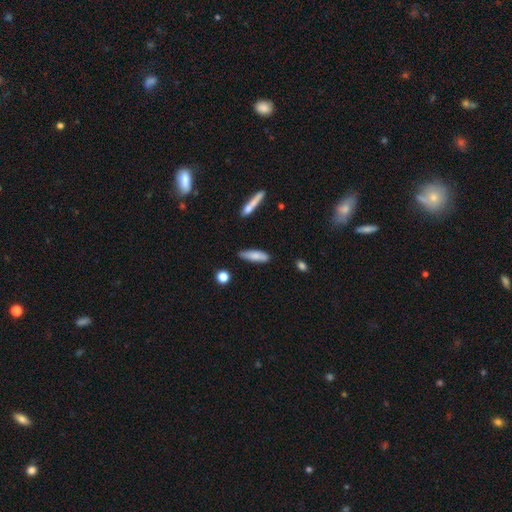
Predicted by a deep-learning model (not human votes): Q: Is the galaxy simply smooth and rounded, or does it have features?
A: smooth — 75%.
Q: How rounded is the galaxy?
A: cigar-shaped — 65%.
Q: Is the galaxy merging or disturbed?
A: none — 76%.